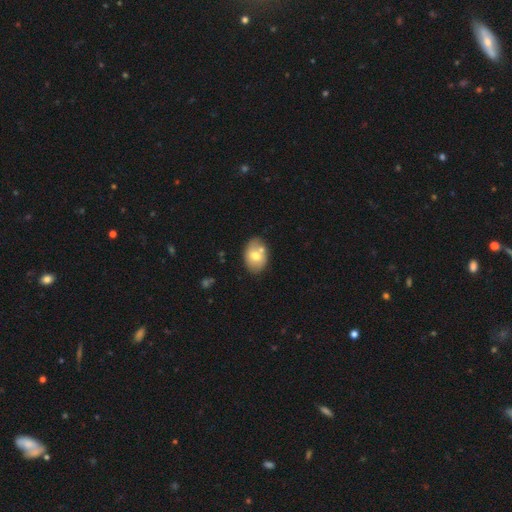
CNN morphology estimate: smooth-or-featured: smooth: 66% | featured or disk: 27% | star or artifact: 7%
  how-rounded: in between: 78% | round: 21% | cigar-shaped: 1%
  merging: none: 63% | merger: 17% | minor disturbance: 16% | major disturbance: 4%